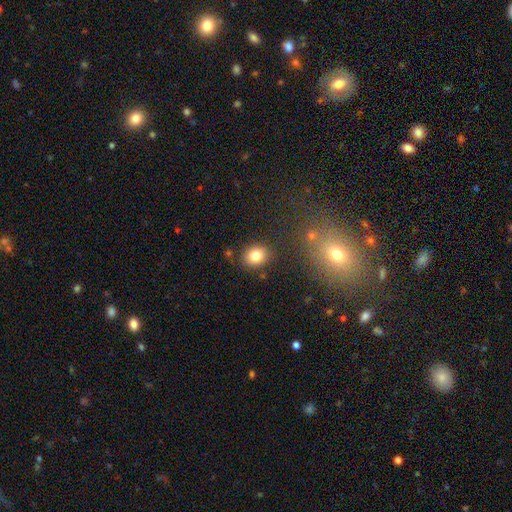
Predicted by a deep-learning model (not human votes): smooth_or_featured: smooth (p=0.82) [alt: star or artifact p=0.10]
how_rounded: round (p=0.55) [alt: in between p=0.44]
merging: none (p=0.84) [alt: minor disturbance p=0.09]